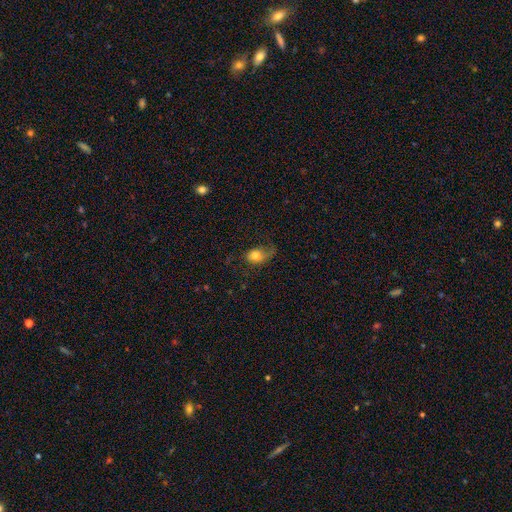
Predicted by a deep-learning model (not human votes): Morphology: type=smooth (64%); roundness=in between (65%); merging=none (40%).